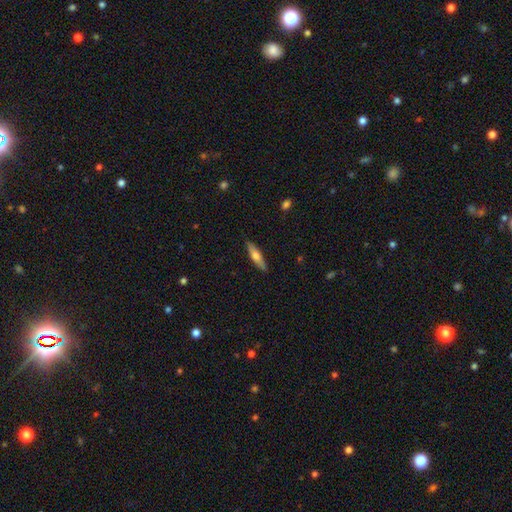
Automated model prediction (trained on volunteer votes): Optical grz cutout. It shows a smooth galaxy with no disk features (53%) that is cigar-shaped (73%). Merging: none (89%).